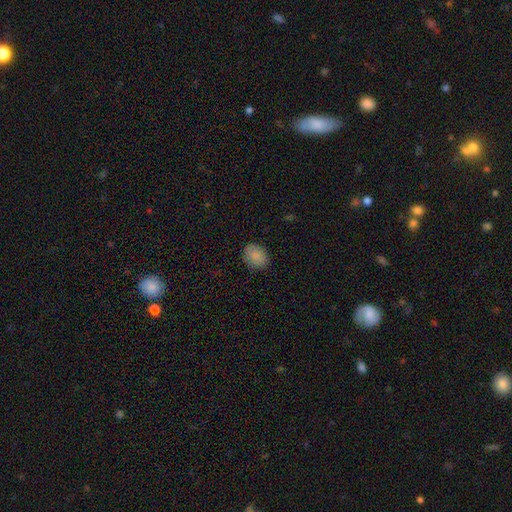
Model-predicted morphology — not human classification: A smooth galaxy with no disk features (87%) that is in between round and cigar-shaped (57%).

Vote fractions:
- Smooth or featured? smooth: 87% / star or artifact: 8% / featured or disk: 5%
- How rounded? in between: 57% / round: 42% / cigar-shaped: 1%
- Merging? none: 85% / minor disturbance: 12% / major disturbance: 3% / merger: 1%